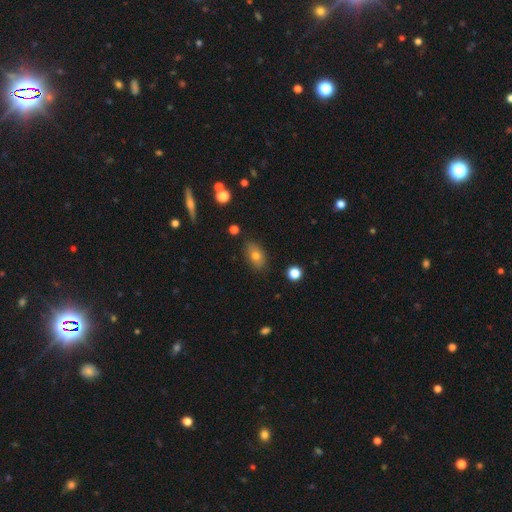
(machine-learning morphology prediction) Smooth or featured? Predicted: smooth (p=0.73). How rounded? Predicted: in between (p=0.83). Merging? Predicted: none (p=0.82).